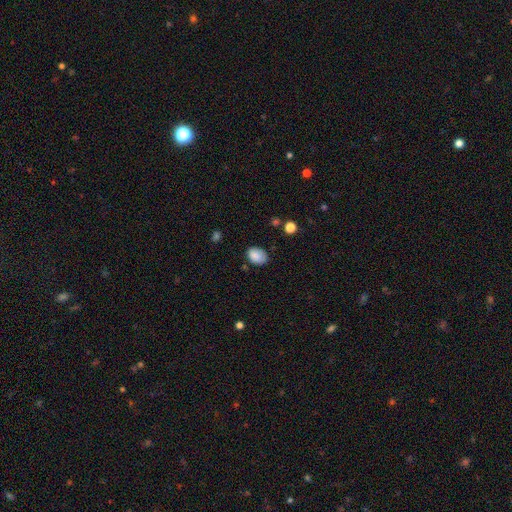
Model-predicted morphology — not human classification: The model was most divided on "how rounded": in between: 75%, round: 24%, cigar-shaped: 1%. More confident: smooth or featured — smooth (85%); merging — none (73%).